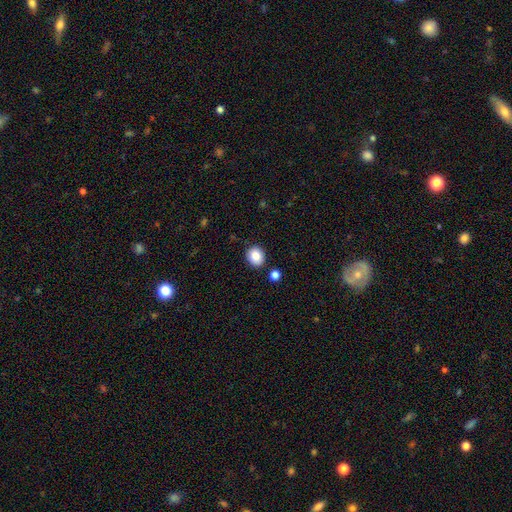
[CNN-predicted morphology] This is clearly a smooth galaxy (84%). How rounded: likely round (72%). Merging: clearly none (87%).